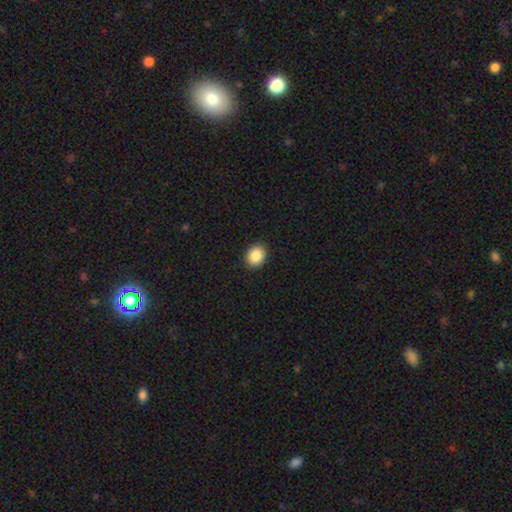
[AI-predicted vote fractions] A smooth galaxy with no disk features (87%) that is round (53%). Merging: none (92%).